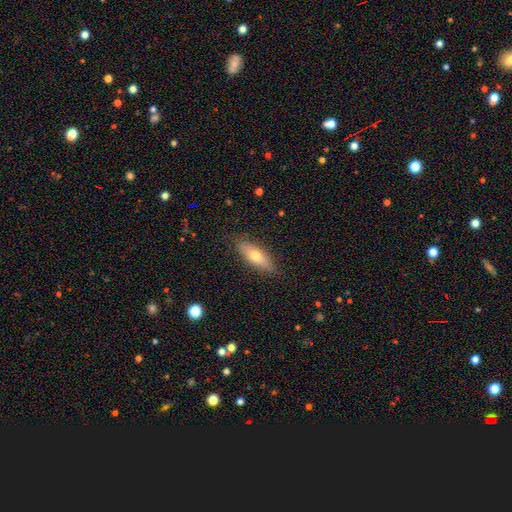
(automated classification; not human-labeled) This is likely a smooth galaxy (61%). How rounded: possibly in between (53%). Merging: clearly none (85%).